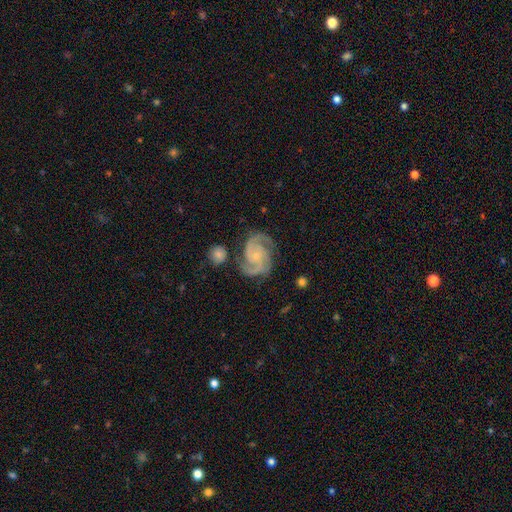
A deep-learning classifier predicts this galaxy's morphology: Smooth or featured? featured or disk (92%)
Edge-on disk? no (98%)
Bar? no (67%)
Spiral arms? yes (98%)
Spiral winding? medium (49%)
Spiral arm count? 2 (62%)
Bulge size? small (74%)
Merging? none (74%)